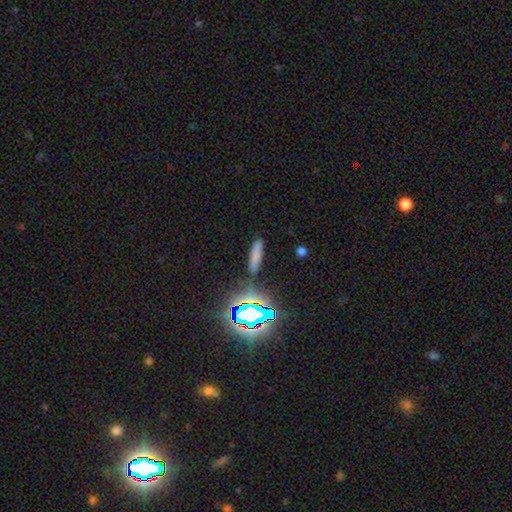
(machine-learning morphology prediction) Smooth or featured?
  - smooth: 70% *
  - star or artifact: 20%
  - featured or disk: 10%
How rounded?
  - cigar-shaped: 81% *
  - in between: 16%
  - round: 3%
Merging?
  - none: 86% *
  - minor disturbance: 9%
  - merger: 3%
  - major disturbance: 3%